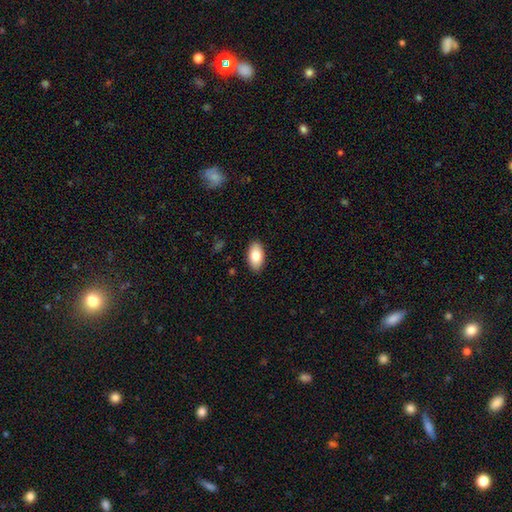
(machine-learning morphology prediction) smooth 80%, featured or disk 13%, star or artifact 7%. Down the decision tree: how rounded — in between (93%); merging — none (89%).